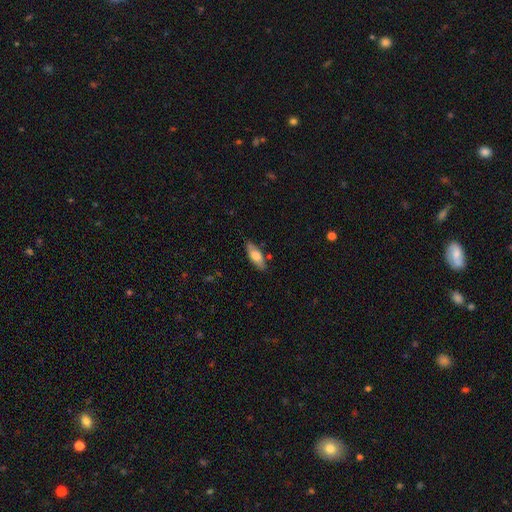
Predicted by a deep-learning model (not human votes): Morphology: type=smooth (69%); roundness=in between (70%); merging=none (81%).